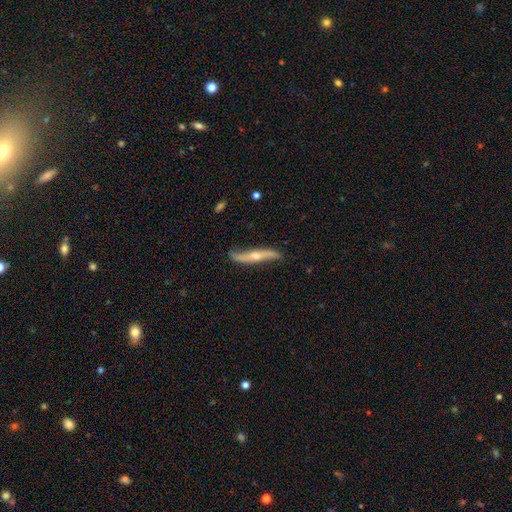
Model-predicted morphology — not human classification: smooth_or_featured: featured or disk (p=0.76) [alt: smooth p=0.19]
disk_edge_on: yes (p=0.63) [alt: no p=0.37]
merging: none (p=0.76) [alt: minor disturbance p=0.18]